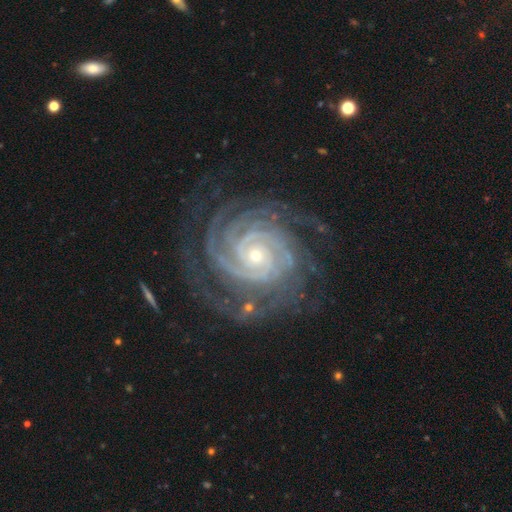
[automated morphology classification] A featured or disk galaxy (93%) with no bar (73%), 4 (29%) tight (84%) spiral arms (99%) and a small central bulge (78%). Merging: none (76%).